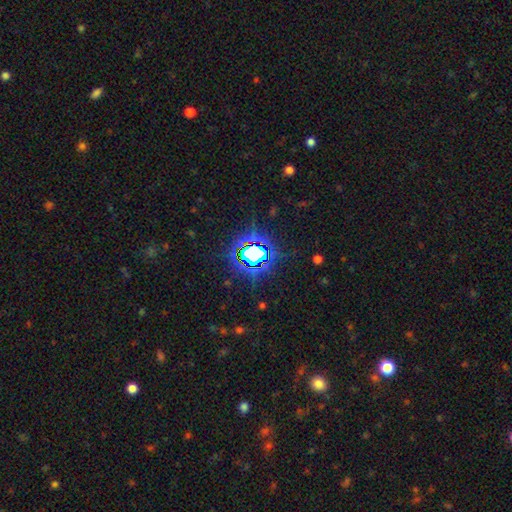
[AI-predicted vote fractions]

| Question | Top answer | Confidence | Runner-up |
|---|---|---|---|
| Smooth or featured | star or artifact | 80% | smooth (12%) |